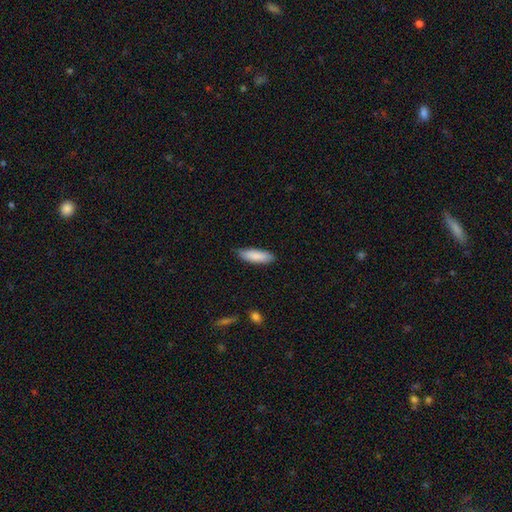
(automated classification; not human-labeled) This is clearly a smooth galaxy (87%). How rounded: possibly in between (52%). Merging: clearly none (82%).